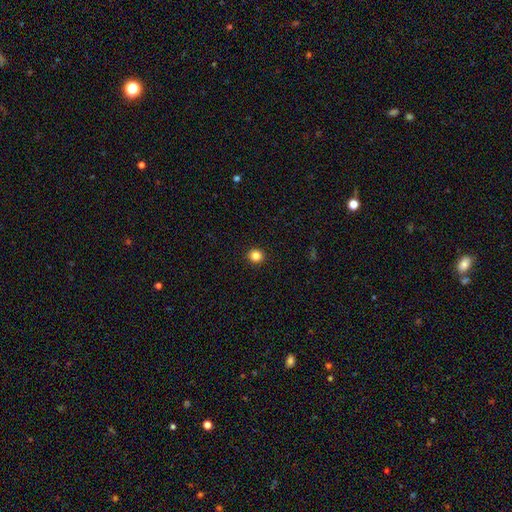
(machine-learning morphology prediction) Smooth or featured?
  - smooth: 84% *
  - star or artifact: 12%
  - featured or disk: 4%
How rounded?
  - round: 93% *
  - in between: 6%
  - cigar-shaped: 1%
Merging?
  - none: 94% *
  - minor disturbance: 4%
  - major disturbance: 1%
  - merger: 1%